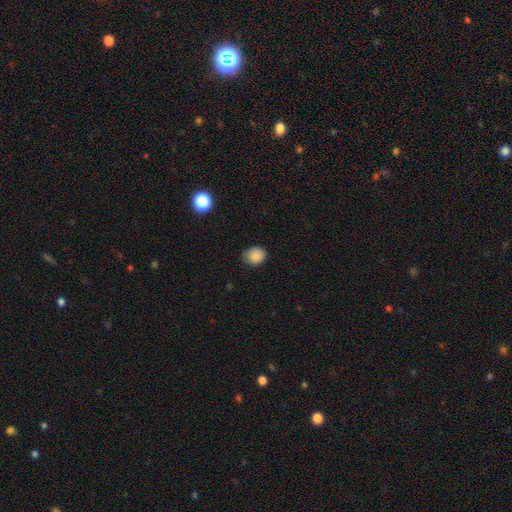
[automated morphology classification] A smooth galaxy with no disk features (86%) that is round (62%).

Vote fractions:
- Smooth or featured? smooth: 86% / star or artifact: 9% / featured or disk: 5%
- How rounded? round: 62% / in between: 37% / cigar-shaped: 1%
- Merging? none: 71% / minor disturbance: 24% / major disturbance: 4% / merger: 1%